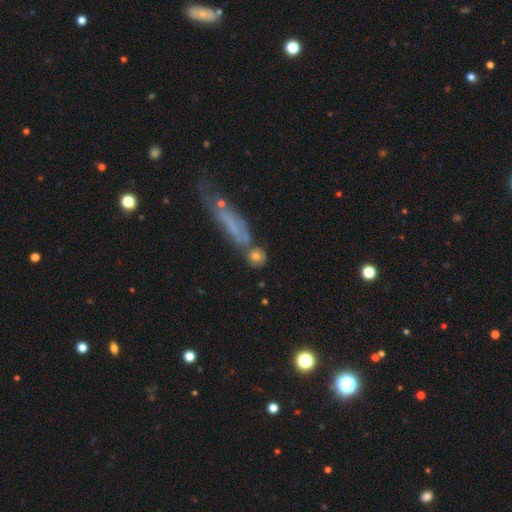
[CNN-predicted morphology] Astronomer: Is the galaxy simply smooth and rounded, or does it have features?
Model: smooth — 69%.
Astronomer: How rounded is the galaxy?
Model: round — 66%.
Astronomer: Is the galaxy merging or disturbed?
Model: none — 56%.